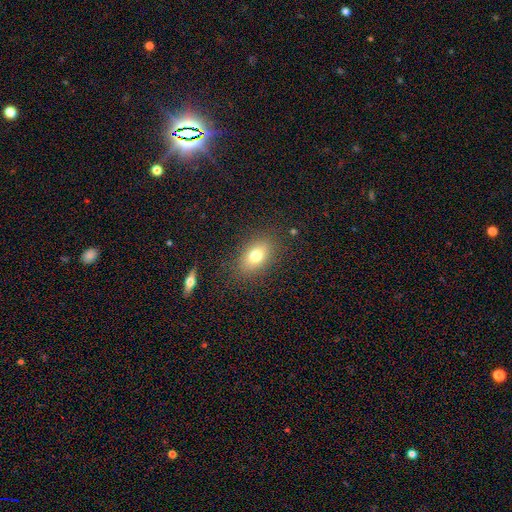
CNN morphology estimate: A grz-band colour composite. It shows a smooth galaxy with no disk features (75%) that is in between round and cigar-shaped (81%). Merging: none (85%).